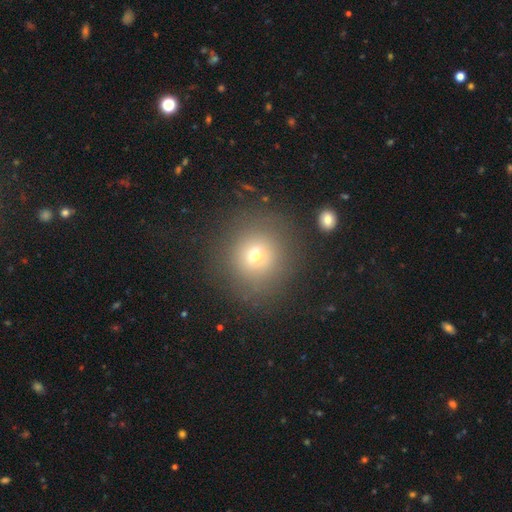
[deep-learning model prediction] Q: Smooth or featured?
A: smooth (69%); runner-up: star or artifact (19%)
Q: How rounded?
A: round (91%); runner-up: in between (8%)
Q: Merging?
A: none (84%); runner-up: minor disturbance (9%)